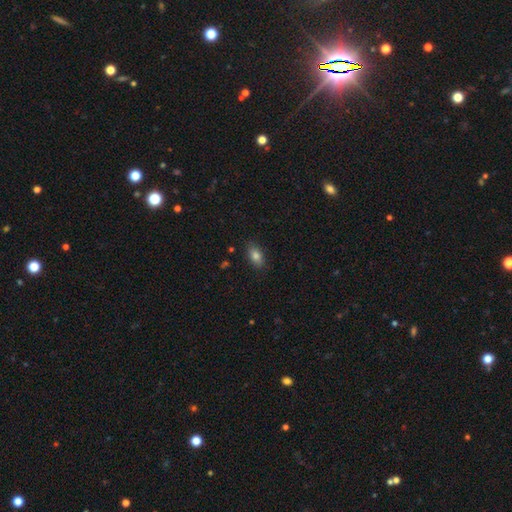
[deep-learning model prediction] Smooth or featured?
  - smooth: 83% *
  - star or artifact: 9%
  - featured or disk: 8%
How rounded?
  - in between: 89% *
  - round: 7%
  - cigar-shaped: 4%
Merging?
  - none: 86% *
  - minor disturbance: 10%
  - major disturbance: 2%
  - merger: 1%